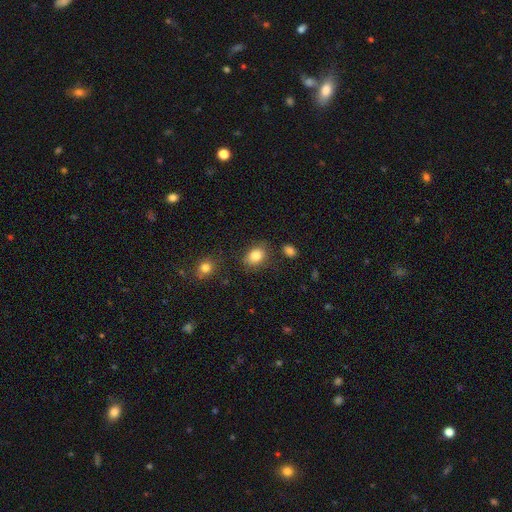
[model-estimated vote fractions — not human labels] Smooth or featured: smooth — 83% (star or artifact — 10%)
How rounded: in between — 66% (round — 33%)
Merging: none — 78% (minor disturbance — 14%)